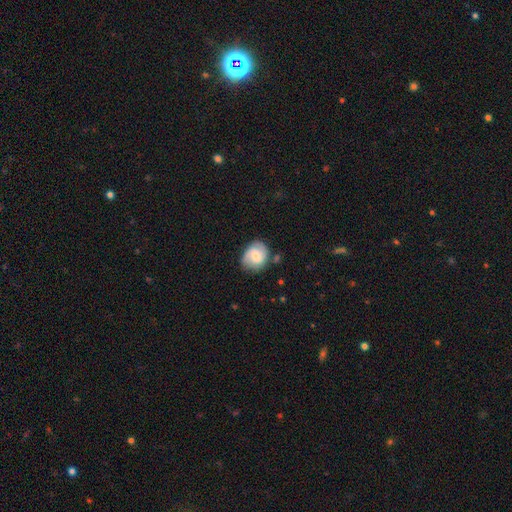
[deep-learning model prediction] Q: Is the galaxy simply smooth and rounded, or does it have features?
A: featured or disk — 53%.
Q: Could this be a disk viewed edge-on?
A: no — 98%.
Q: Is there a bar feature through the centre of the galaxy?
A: no — 59%.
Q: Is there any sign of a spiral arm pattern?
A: yes — 89%.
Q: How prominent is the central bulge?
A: small — 52%.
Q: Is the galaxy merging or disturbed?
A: none — 69%.